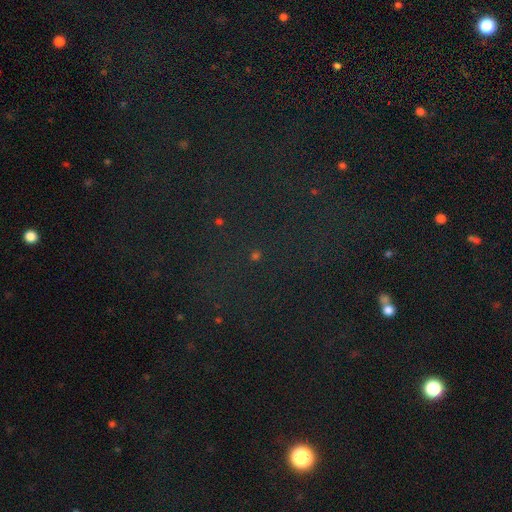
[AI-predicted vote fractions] Morphology: type=star or artifact (76%).